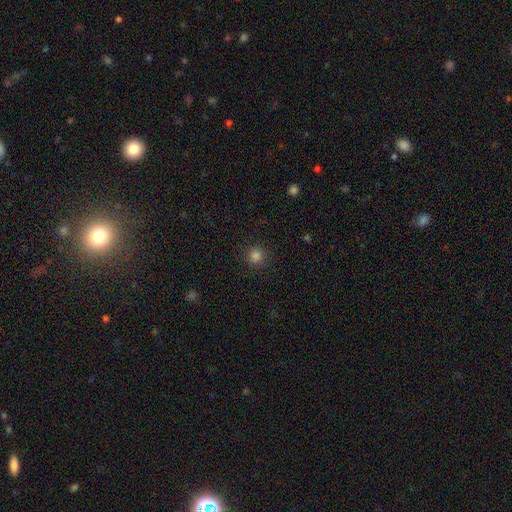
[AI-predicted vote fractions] Overall: smooth (83%). How rounded: round (94%). Merging: none (89%).